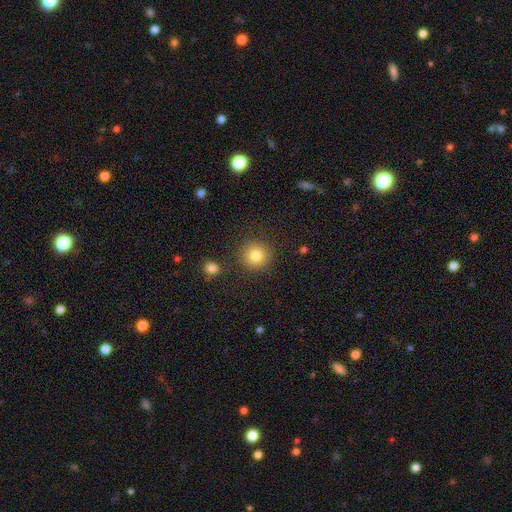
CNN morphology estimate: Smooth or featured? Predicted: smooth (p=0.82). How rounded? Predicted: round (p=0.92). Merging? Predicted: none (p=0.86).